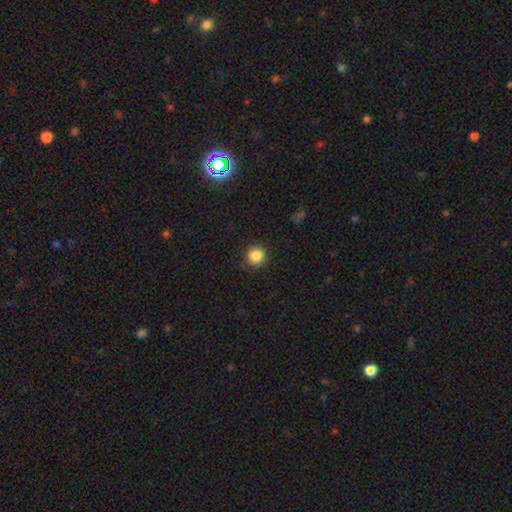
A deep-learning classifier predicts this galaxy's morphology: Smooth or featured?
  - smooth: 87% *
  - star or artifact: 10%
  - featured or disk: 3%
How rounded?
  - round: 96% *
  - in between: 3%
  - cigar-shaped: 1%
Merging?
  - none: 92% *
  - minor disturbance: 5%
  - major disturbance: 2%
  - merger: 1%